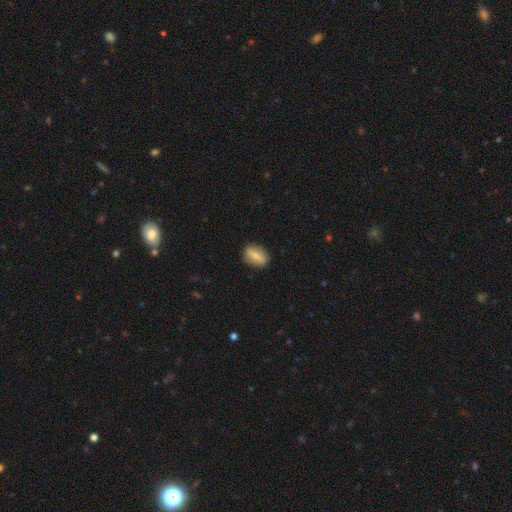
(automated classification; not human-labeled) This appears to be a smooth galaxy with no disk features (67%) that is in between round and cigar-shaped (80%). Merging: none (85%).